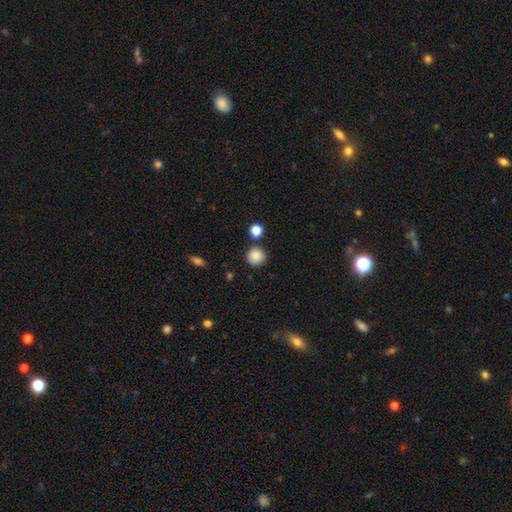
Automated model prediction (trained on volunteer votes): A smooth galaxy with no disk features (85%) that is round (93%). Merging: none (84%).